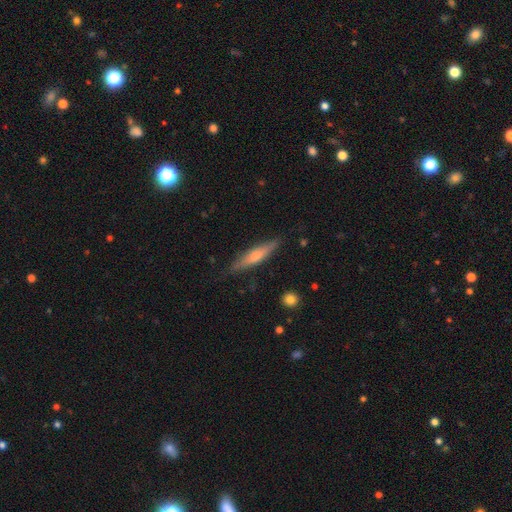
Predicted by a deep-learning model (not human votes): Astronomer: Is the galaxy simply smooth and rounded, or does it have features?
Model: featured or disk — 52% (runner-up: smooth, 42%).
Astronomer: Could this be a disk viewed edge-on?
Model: yes — 93%.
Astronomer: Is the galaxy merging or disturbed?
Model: none — 84%.